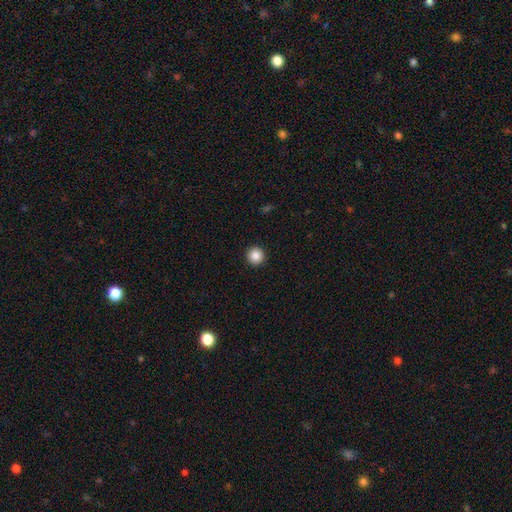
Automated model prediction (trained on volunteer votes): smooth 87%, star or artifact 10%, featured or disk 4%. Down the decision tree: how rounded — round (95%); merging — none (93%).